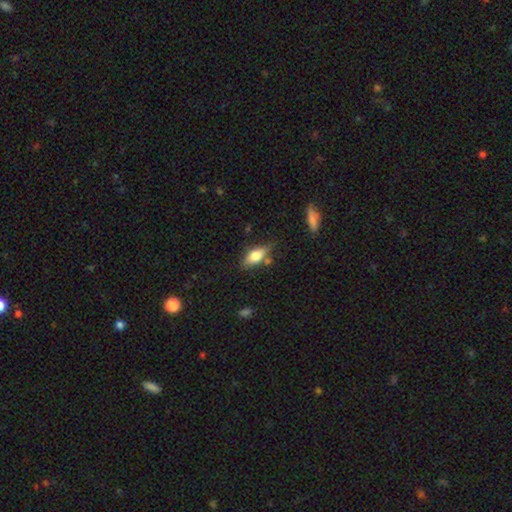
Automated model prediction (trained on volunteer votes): The model was most divided on "merging": none: 68%, minor disturbance: 20%, merger: 7%, major disturbance: 5%. More confident: how rounded — in between (81%); smooth or featured — smooth (74%).